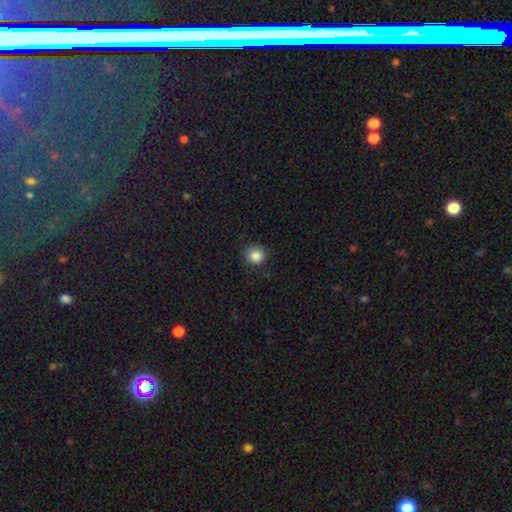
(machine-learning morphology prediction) Smooth or featured?
  - smooth: 85% *
  - star or artifact: 10%
  - featured or disk: 5%
How rounded?
  - round: 93% *
  - in between: 6%
  - cigar-shaped: 1%
Merging?
  - none: 88% *
  - minor disturbance: 9%
  - major disturbance: 2%
  - merger: 1%